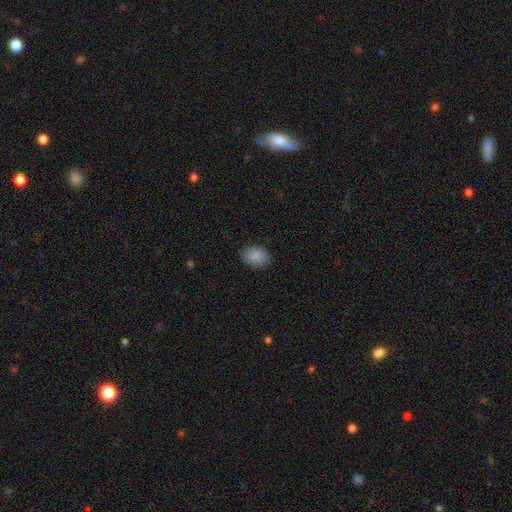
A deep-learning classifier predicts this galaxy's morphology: Smooth or featured?
  - smooth: 89% *
  - star or artifact: 8%
  - featured or disk: 3%
How rounded?
  - in between: 70% *
  - round: 29%
  - cigar-shaped: 1%
Merging?
  - none: 86% *
  - minor disturbance: 10%
  - major disturbance: 2%
  - merger: 1%